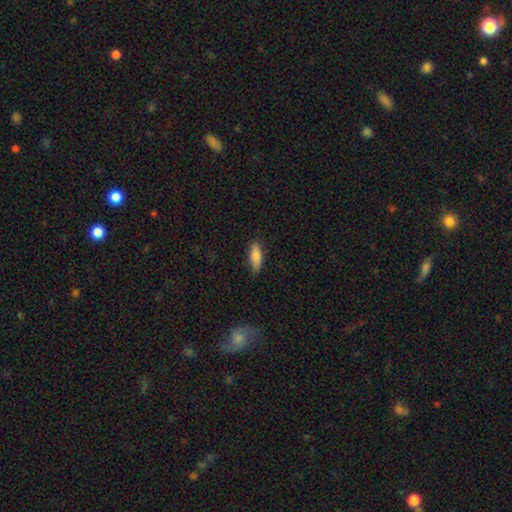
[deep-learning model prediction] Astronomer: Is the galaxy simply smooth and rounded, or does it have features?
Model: smooth — 81%.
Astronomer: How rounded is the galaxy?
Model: in between — 63%.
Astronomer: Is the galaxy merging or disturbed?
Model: none — 85%.